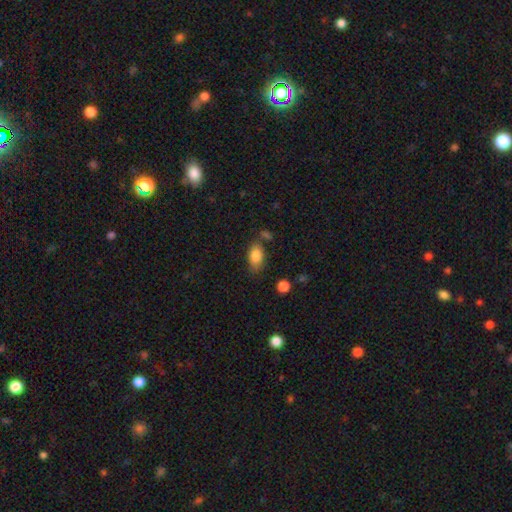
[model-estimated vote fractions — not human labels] smooth-or-featured: smooth: 85% | star or artifact: 8% | featured or disk: 7%
  how-rounded: in between: 89% | round: 8% | cigar-shaped: 3%
  merging: none: 69% | minor disturbance: 19% | merger: 6% | major disturbance: 5%